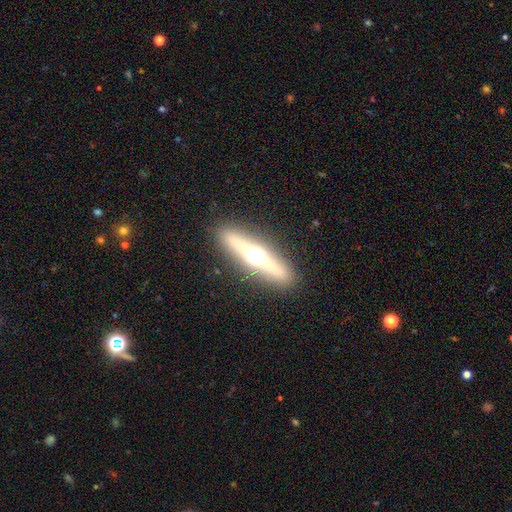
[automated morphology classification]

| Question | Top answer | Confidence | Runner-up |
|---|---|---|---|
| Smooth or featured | featured or disk | 57% | smooth (33%) |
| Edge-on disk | yes | 89% | no (11%) |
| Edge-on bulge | rounded | 95% | boxy (3%) |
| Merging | none | 88% | minor disturbance (8%) |